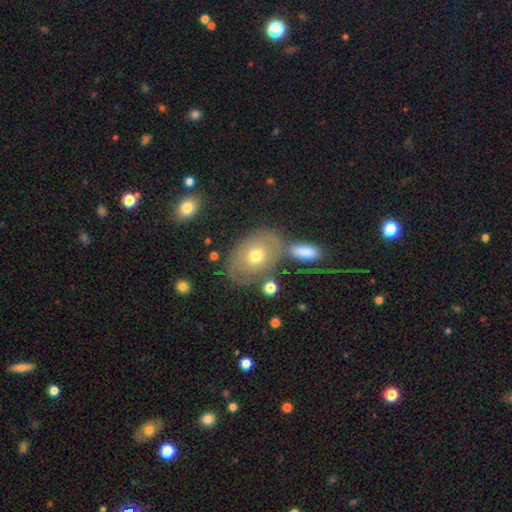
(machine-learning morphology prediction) Overall: smooth (48%; featured or disk 43%). Merging: none (57%; minor disturbance 18%).